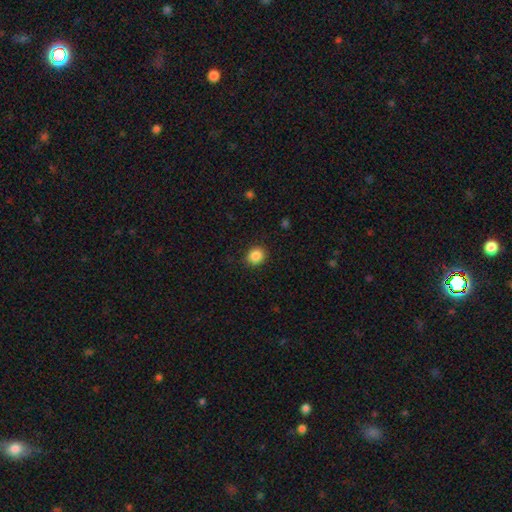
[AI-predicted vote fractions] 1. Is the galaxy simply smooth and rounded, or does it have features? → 87% smooth, 9% star or artifact, 4% featured or disk.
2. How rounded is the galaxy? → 77% round, 22% in between, 1% cigar-shaped.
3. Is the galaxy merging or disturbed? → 90% none, 7% minor disturbance, 2% major disturbance, 1% merger.